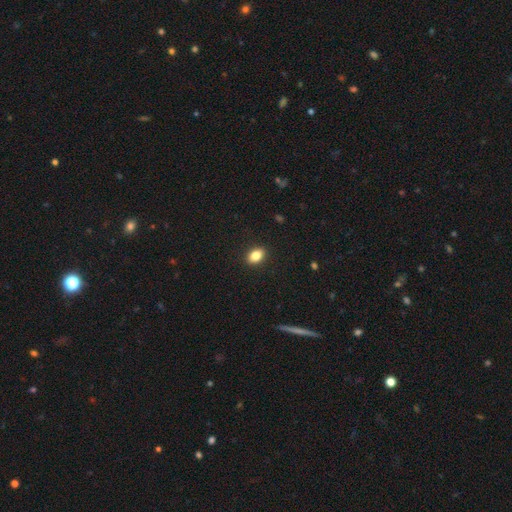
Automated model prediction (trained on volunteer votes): Q: Smooth or featured?
A: smooth (84%); runner-up: star or artifact (9%)
Q: How rounded?
A: in between (81%); runner-up: round (17%)
Q: Merging?
A: none (90%); runner-up: minor disturbance (7%)